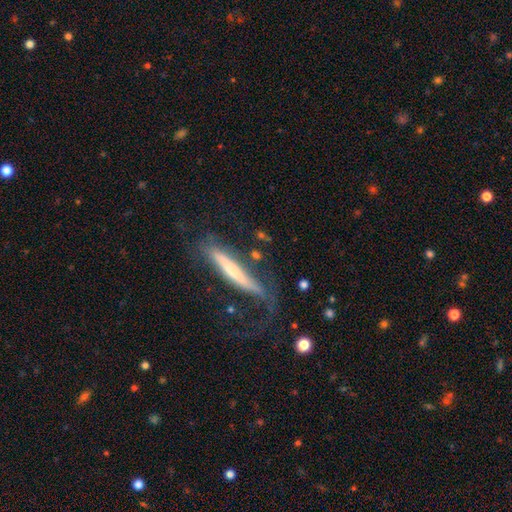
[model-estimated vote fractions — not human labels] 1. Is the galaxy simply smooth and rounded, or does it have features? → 55% featured or disk, 38% smooth, 7% star or artifact.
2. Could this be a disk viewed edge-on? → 84% yes, 16% no.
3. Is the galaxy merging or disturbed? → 49% none, 24% major disturbance, 22% minor disturbance, 5% merger.